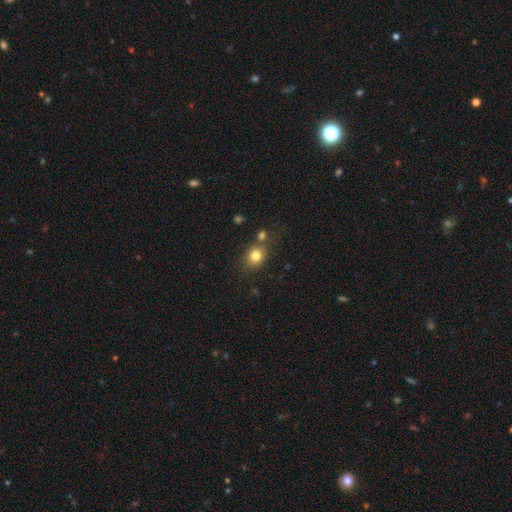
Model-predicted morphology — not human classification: Q: Smooth or featured?
A: smooth (80%); runner-up: star or artifact (12%)
Q: How rounded?
A: round (66%); runner-up: in between (33%)
Q: Merging?
A: none (68%); runner-up: merger (15%)